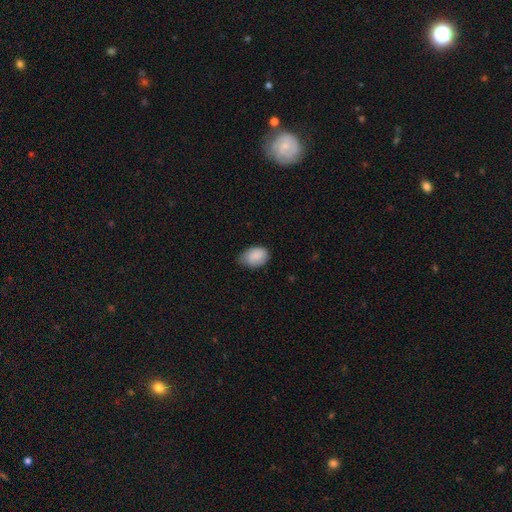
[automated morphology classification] smooth_or_featured: smooth (p=0.85) [alt: featured or disk p=0.08]
how_rounded: in between (p=0.81) [alt: round p=0.18]
merging: none (p=0.55) [alt: minor disturbance p=0.37]